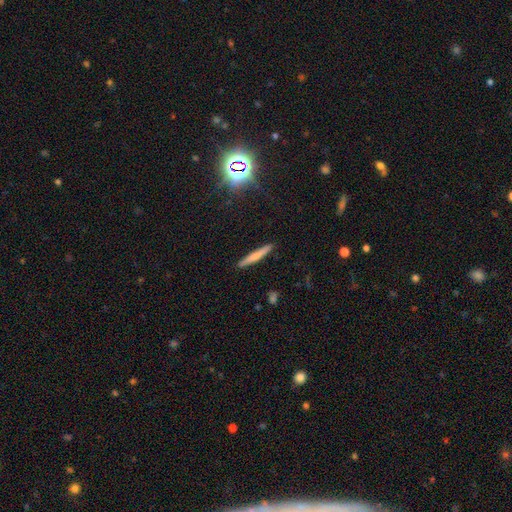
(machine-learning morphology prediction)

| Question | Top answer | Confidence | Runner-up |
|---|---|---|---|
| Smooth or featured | smooth | 62% | featured or disk (31%) |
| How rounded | cigar-shaped | 95% | in between (3%) |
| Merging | none | 91% | minor disturbance (7%) |